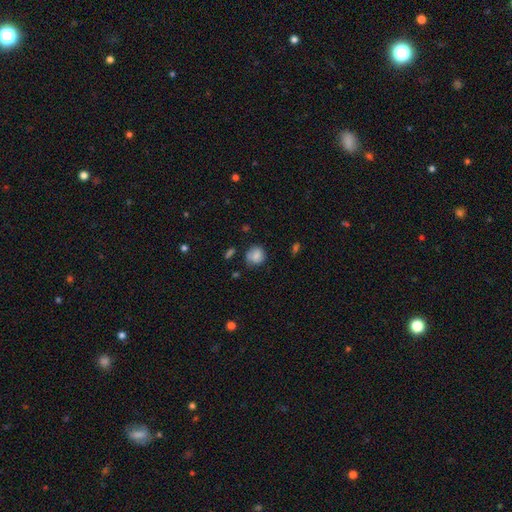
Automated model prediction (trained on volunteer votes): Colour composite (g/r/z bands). It shows a smooth galaxy with no disk features (82%) that is round (81%). Merging: none (66%).